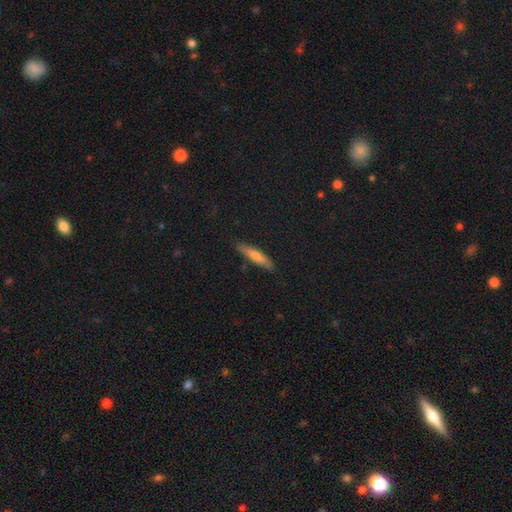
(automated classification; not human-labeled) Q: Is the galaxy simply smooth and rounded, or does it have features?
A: smooth — 67%.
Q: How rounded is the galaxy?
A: cigar-shaped — 82%.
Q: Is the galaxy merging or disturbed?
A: none — 84%.